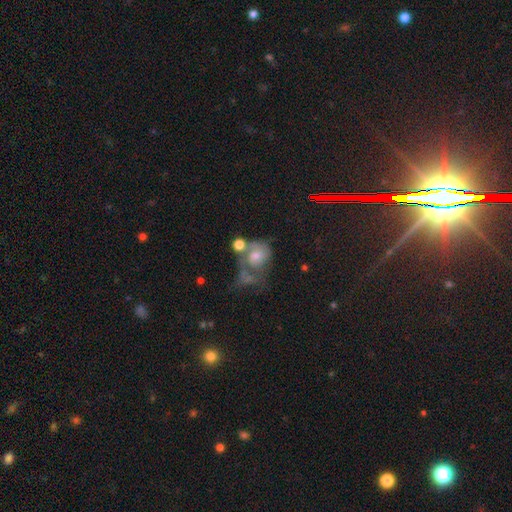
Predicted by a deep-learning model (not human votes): A featured or disk galaxy (49%).

Vote fractions:
- Smooth or featured? featured or disk: 49% / smooth: 36% / star or artifact: 15%
- Merging? major disturbance: 29% / merger: 28% / none: 26% / minor disturbance: 17%